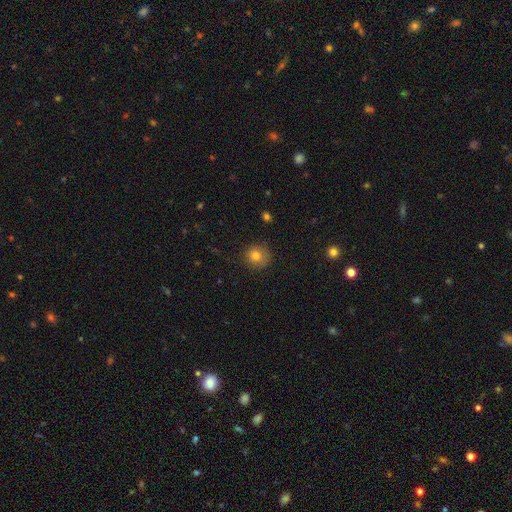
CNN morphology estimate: A smooth galaxy with no disk features (79%) that is round (91%). Merging: none (83%).